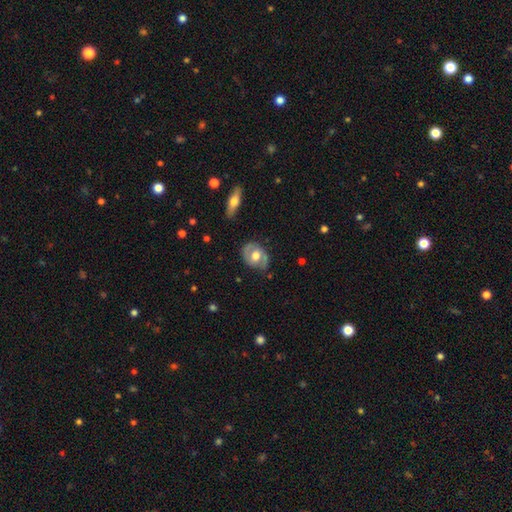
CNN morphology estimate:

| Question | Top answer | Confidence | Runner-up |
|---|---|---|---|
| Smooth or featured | featured or disk | 60% | smooth (35%) |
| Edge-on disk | no | 93% | yes (7%) |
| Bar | no | 64% | weak (28%) |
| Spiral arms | yes | 55% | no (45%) |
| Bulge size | moderate | 60% | large (32%) |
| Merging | none | 76% | minor disturbance (17%) |